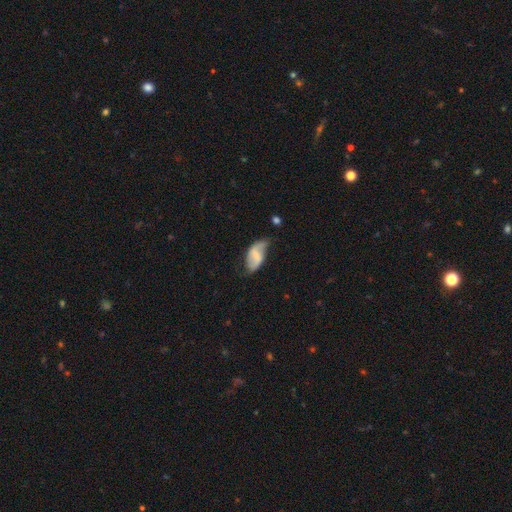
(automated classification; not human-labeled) Smooth or featured?
  - featured or disk: 57% *
  - smooth: 36%
  - star or artifact: 7%
Edge-on disk?
  - no: 95% *
  - yes: 5%
Bar?
  - weak: 46% *
  - strong: 28%
  - no: 25%
Spiral arms?
  - yes: 82% *
  - no: 18%
Bulge size?
  - small: 41% *
  - none: 33%
  - moderate: 22%
  - large: 3%
  - dominant: 1%
Merging?
  - none: 51% *
  - minor disturbance: 33%
  - major disturbance: 13%
  - merger: 3%